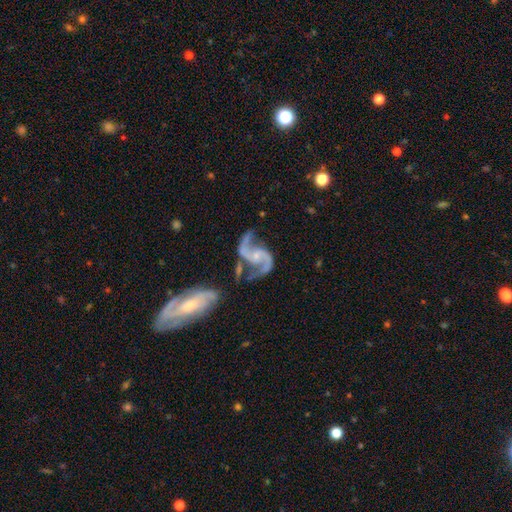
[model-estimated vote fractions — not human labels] Smooth or featured? Predicted: featured or disk (p=0.93). Edge-on disk? Predicted: no (p=0.98). Bar? Predicted: no (p=0.54). Spiral arms? Predicted: yes (p=0.98). Spiral winding? Predicted: loose (p=0.53). Spiral arm count? Predicted: 2 (p=0.93). Bulge size? Predicted: small (p=0.65). Merging? Predicted: none (p=0.50).